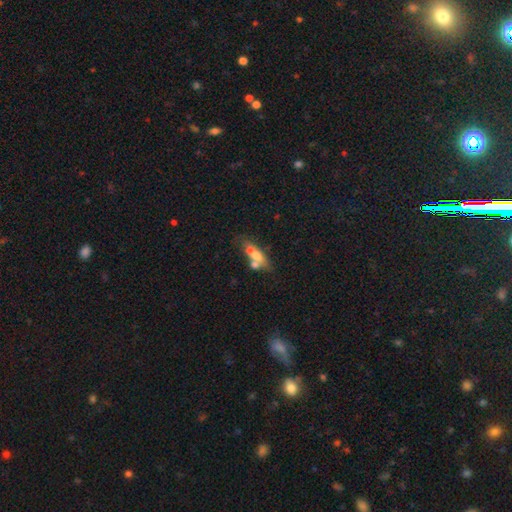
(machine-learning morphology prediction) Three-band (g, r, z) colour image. It shows a smooth galaxy with no disk features (52%) that is in between round and cigar-shaped (54%). Merging: merger (42%).